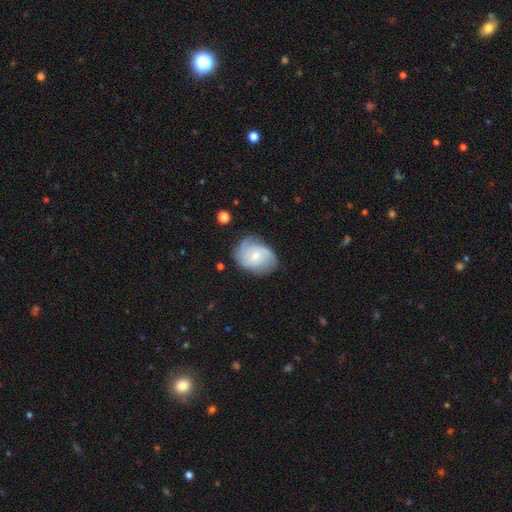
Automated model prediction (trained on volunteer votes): Smooth or featured: featured or disk — 68% (smooth — 26%)
Edge-on disk: no — 97% (yes — 3%)
Bar: no — 66% (weak — 30%)
Spiral arms: yes — 91% (no — 9%)
Spiral winding: tight — 47% (medium — 38%)
Spiral arm count: can't tell — 29% (tied with 2 — 29%)
Bulge size: small — 53% (moderate — 42%)
Merging: none — 65% (minor disturbance — 25%)